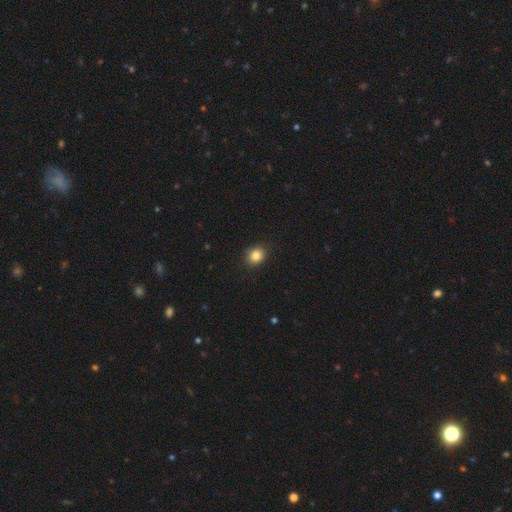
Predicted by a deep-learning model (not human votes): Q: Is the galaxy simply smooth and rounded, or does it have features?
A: smooth — 84%.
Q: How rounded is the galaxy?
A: round — 69%.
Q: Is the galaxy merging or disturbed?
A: none — 89%.